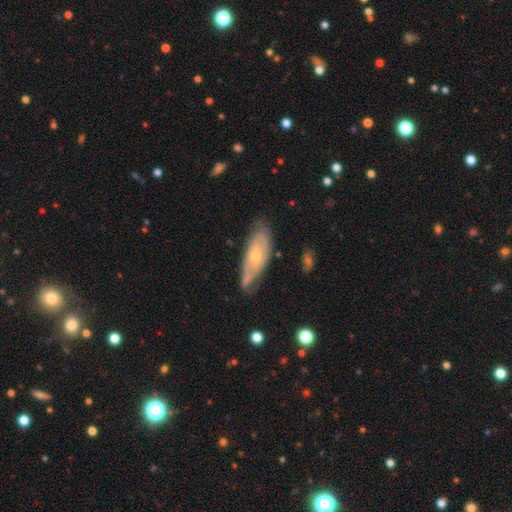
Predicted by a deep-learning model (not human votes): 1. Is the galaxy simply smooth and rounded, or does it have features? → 57% featured or disk, 37% smooth, 6% star or artifact.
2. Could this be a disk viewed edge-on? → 79% no, 21% yes.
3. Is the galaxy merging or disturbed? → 60% none, 29% minor disturbance, 8% major disturbance, 3% merger.